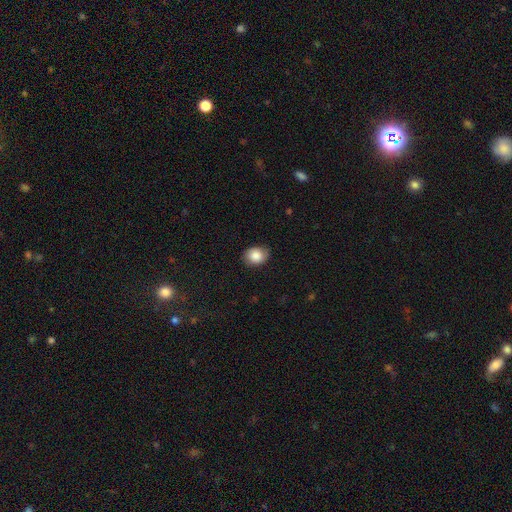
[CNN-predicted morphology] Smooth or featured?
  - smooth: 85% *
  - star or artifact: 8%
  - featured or disk: 7%
How rounded?
  - round: 50% *
  - in between: 49%
  - cigar-shaped: 1%
Merging?
  - none: 80% *
  - minor disturbance: 16%
  - major disturbance: 3%
  - merger: 1%